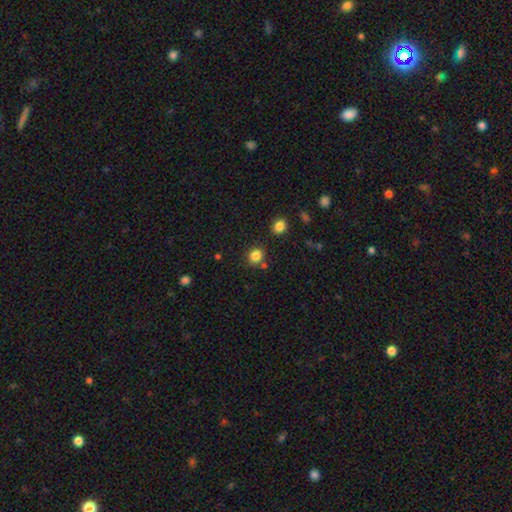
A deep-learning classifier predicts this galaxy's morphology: smooth 84%, star or artifact 12%, featured or disk 5%. Down the decision tree: how rounded — round (77%); merging — none (80%).